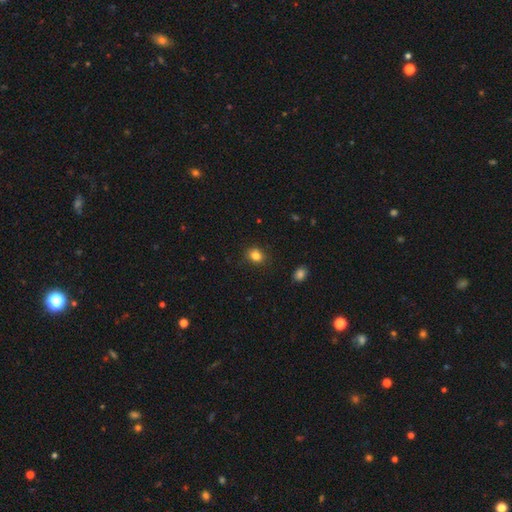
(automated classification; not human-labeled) A smooth galaxy with no disk features (83%) that is round (57%).

Vote fractions:
- Smooth or featured? smooth: 83% / star or artifact: 12% / featured or disk: 5%
- How rounded? round: 57% / in between: 42% / cigar-shaped: 1%
- Merging? none: 86% / minor disturbance: 10% / major disturbance: 2% / merger: 1%